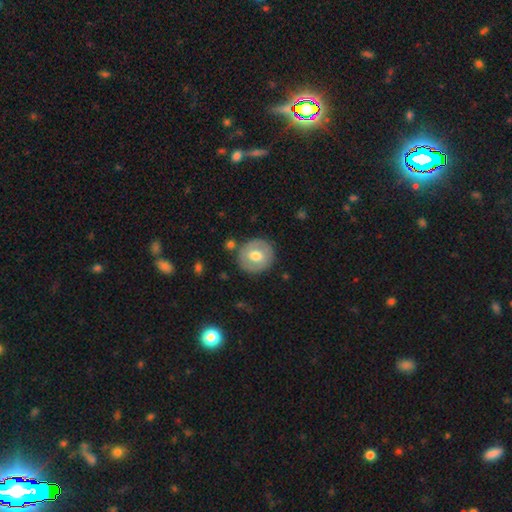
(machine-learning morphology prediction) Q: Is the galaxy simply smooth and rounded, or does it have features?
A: smooth — 61%.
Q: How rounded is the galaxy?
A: round — 87%.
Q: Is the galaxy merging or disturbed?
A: none — 83%.